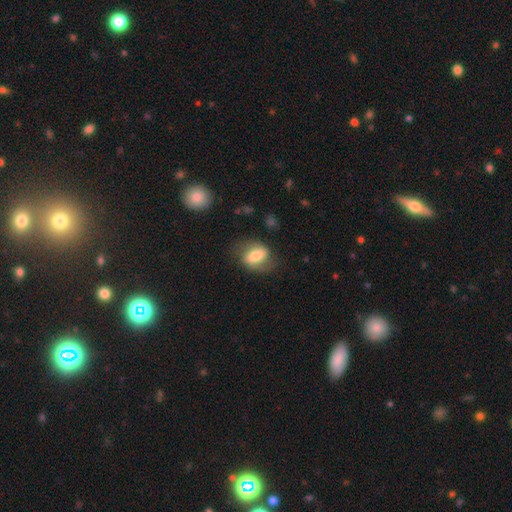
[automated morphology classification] A smooth galaxy with no disk features (54%) that is in between round and cigar-shaped (75%).

Vote fractions:
- Smooth or featured? smooth: 54% / featured or disk: 39% / star or artifact: 7%
- How rounded? in between: 75% / round: 23% / cigar-shaped: 2%
- Merging? none: 67% / minor disturbance: 21% / major disturbance: 11% / merger: 2%